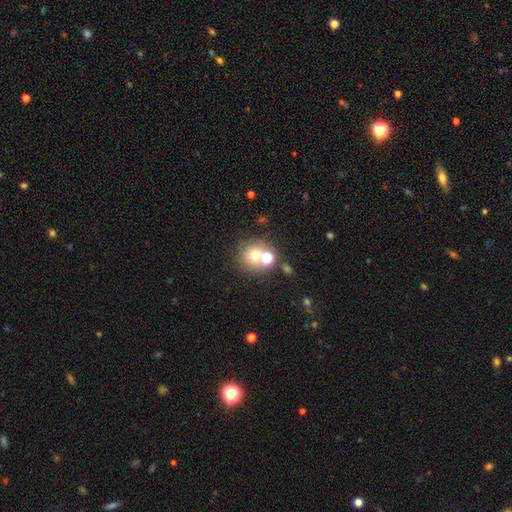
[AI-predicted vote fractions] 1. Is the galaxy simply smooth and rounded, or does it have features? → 66% smooth, 18% featured or disk, 16% star or artifact.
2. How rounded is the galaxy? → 86% round, 13% in between, 1% cigar-shaped.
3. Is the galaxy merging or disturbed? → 53% none, 35% merger, 8% minor disturbance, 4% major disturbance.